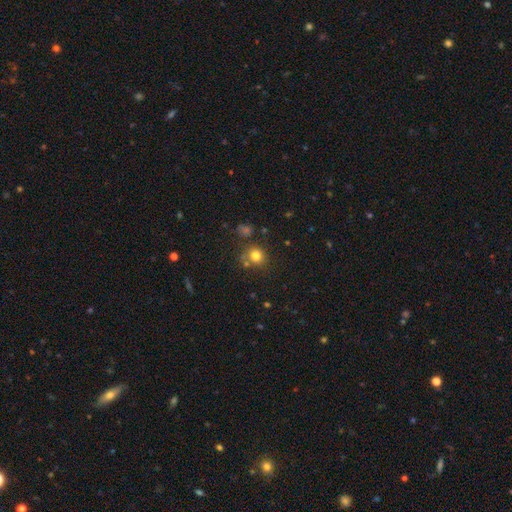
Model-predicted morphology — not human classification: A smooth galaxy with no disk features (78%) that is round (85%). Merging: none (72%).